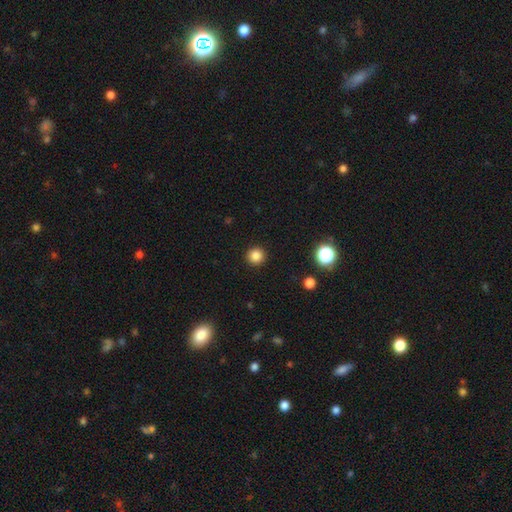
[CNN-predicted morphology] smooth-or-featured: smooth: 84% | star or artifact: 12% | featured or disk: 4%
  how-rounded: round: 95% | in between: 4% | cigar-shaped: 1%
  merging: none: 93% | minor disturbance: 4% | major disturbance: 2% | merger: 1%